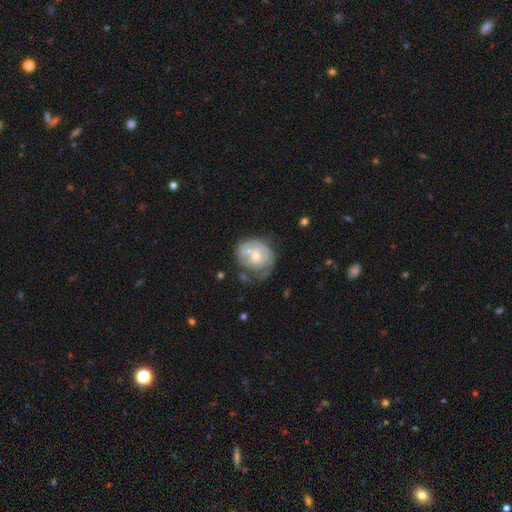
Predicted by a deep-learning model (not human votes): A featured or disk galaxy (62%) with no bar (75%), spiral arms (60%) and a moderate central bulge (55%).

Vote fractions:
- Smooth or featured? featured or disk: 62% / smooth: 31% / star or artifact: 6%
- Edge-on disk? no: 97% / yes: 3%
- Bar? no: 75% / weak: 21% / strong: 4%
- Spiral arms? yes: 60% / no: 40%
- Bulge size? moderate: 55% / small: 40% / large: 2% / none: 1% / dominant: 1%
- Merging? none: 35% / minor disturbance: 24% / merger: 23% / major disturbance: 18%